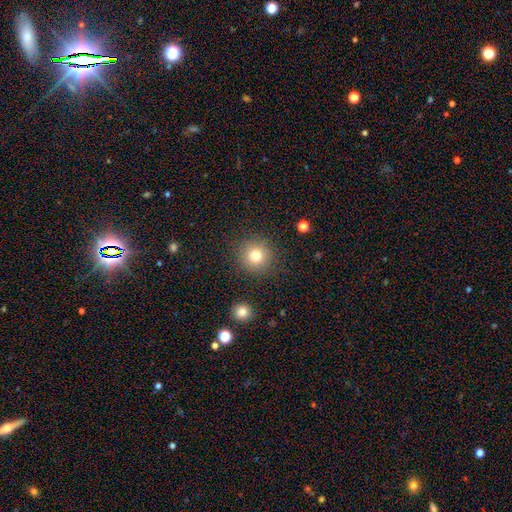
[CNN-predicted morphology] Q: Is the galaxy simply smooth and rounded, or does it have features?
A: smooth — 79%.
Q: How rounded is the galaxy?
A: round — 94%.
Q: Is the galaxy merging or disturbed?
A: none — 88%.